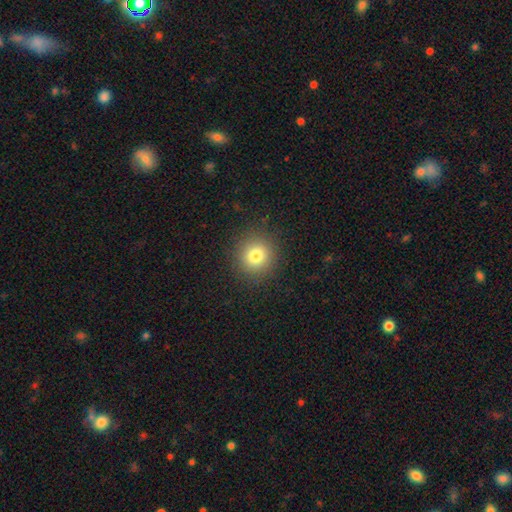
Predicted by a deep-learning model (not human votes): Morphology: type=smooth (79%); roundness=round (91%); merging=none (90%).